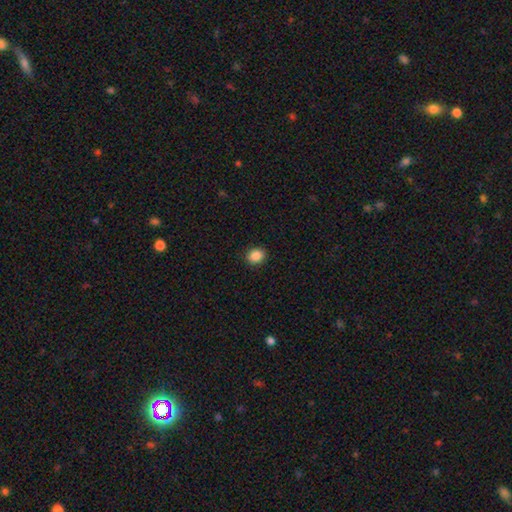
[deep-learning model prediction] This appears to be a smooth galaxy with no disk features (88%) that is round (65%). Merging: none (91%).